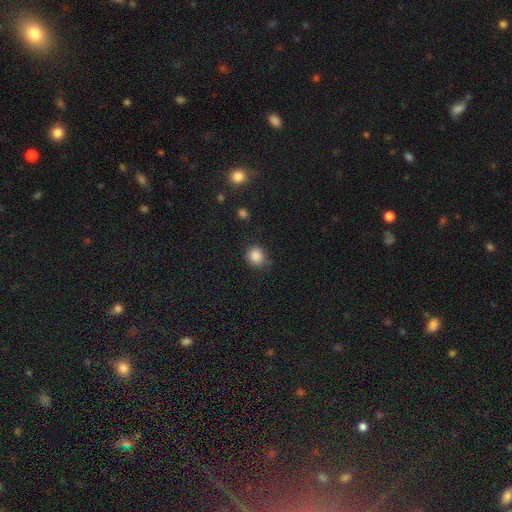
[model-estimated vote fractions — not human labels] A smooth galaxy with no disk features (86%) that is round (78%). Merging: none (73%).